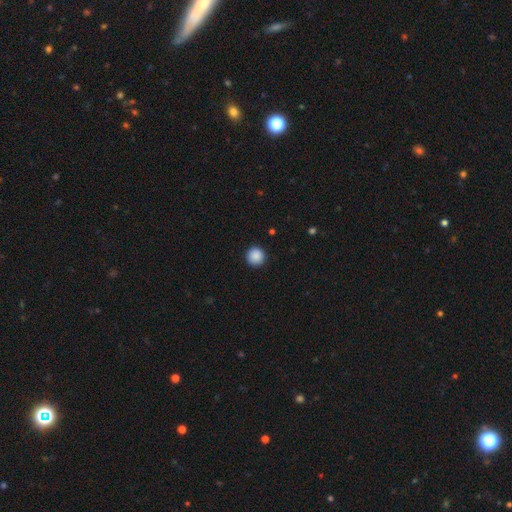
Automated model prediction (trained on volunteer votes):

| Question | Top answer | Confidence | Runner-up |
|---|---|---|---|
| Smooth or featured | smooth | 89% | star or artifact (9%) |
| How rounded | round | 96% | in between (3%) |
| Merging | none | 93% | minor disturbance (5%) |